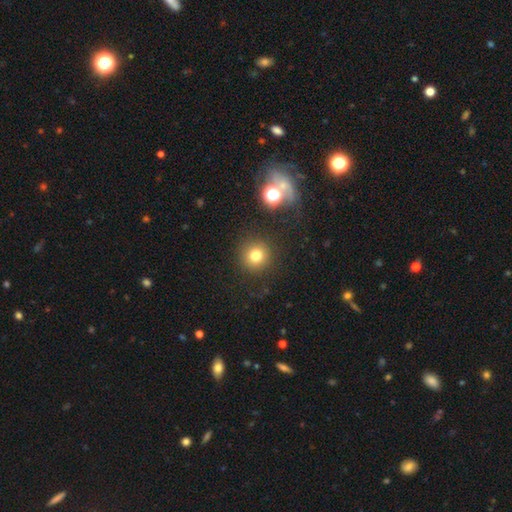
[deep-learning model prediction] The model was most divided on "smooth or featured": smooth: 76%, star or artifact: 15%, featured or disk: 8%. More confident: how rounded — round (93%); merging — none (88%).